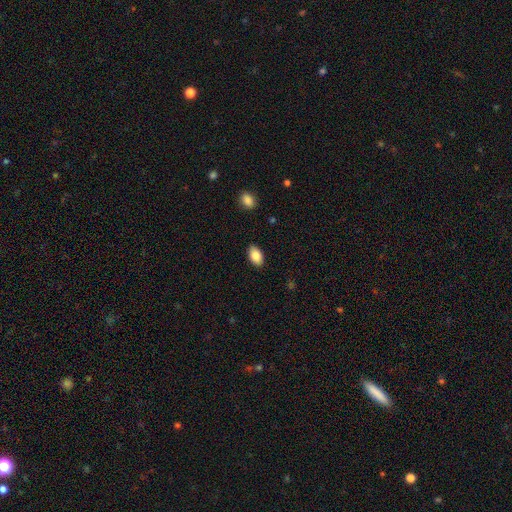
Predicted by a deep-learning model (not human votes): smooth-or-featured: smooth: 86% | star or artifact: 7% | featured or disk: 7%
  how-rounded: in between: 92% | round: 6% | cigar-shaped: 2%
  merging: none: 87% | minor disturbance: 10% | major disturbance: 2% | merger: 1%